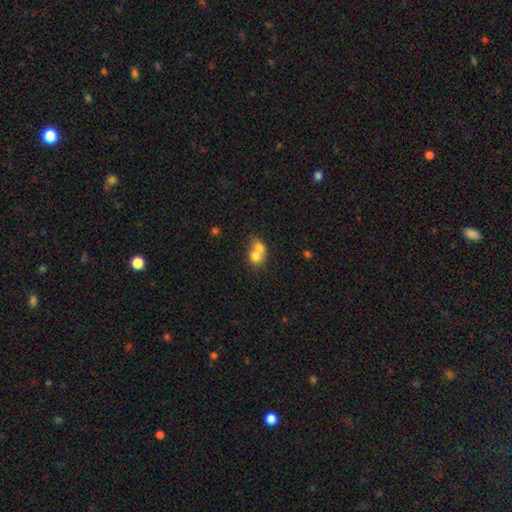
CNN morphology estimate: Overall: smooth (71%). How rounded: round (61%; in between 38%). Merging: merger (72%).